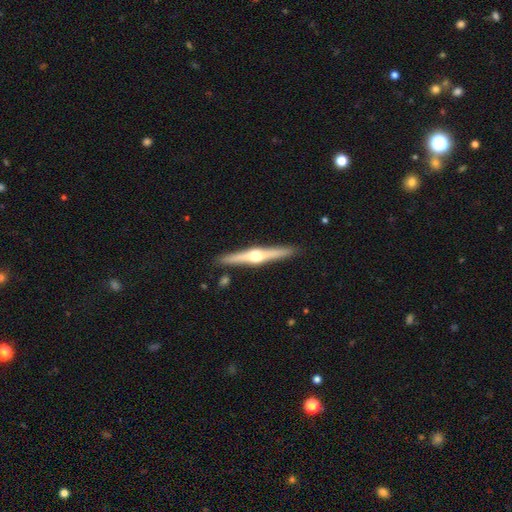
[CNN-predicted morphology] Smooth or featured?
  - featured or disk: 76% *
  - smooth: 19%
  - star or artifact: 5%
Edge-on disk?
  - yes: 98% *
  - no: 2%
Edge-on bulge?
  - rounded: 95% *
  - boxy: 3%
  - none: 2%
Merging?
  - none: 90% *
  - minor disturbance: 7%
  - merger: 2%
  - major disturbance: 1%